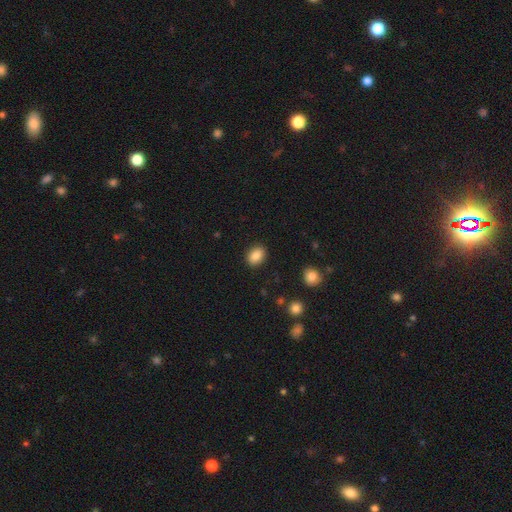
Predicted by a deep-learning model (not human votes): Smooth or featured: smooth — 87% (star or artifact — 8%)
How rounded: in between — 76% (round — 23%)
Merging: none — 89% (minor disturbance — 8%)